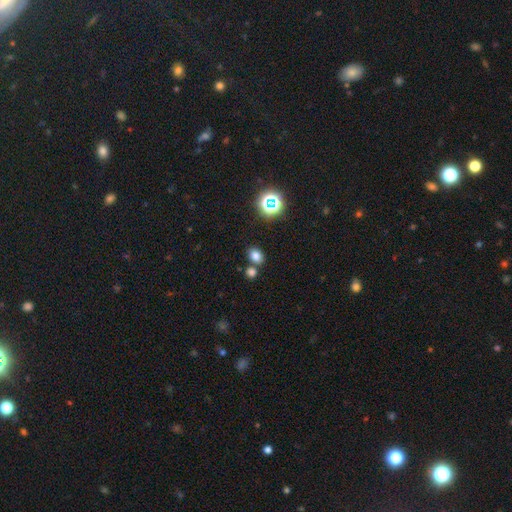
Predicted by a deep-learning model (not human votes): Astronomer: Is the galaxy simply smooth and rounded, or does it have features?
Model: smooth — 75%.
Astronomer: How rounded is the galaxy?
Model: in between — 67%.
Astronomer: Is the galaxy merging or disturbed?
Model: none — 68%.